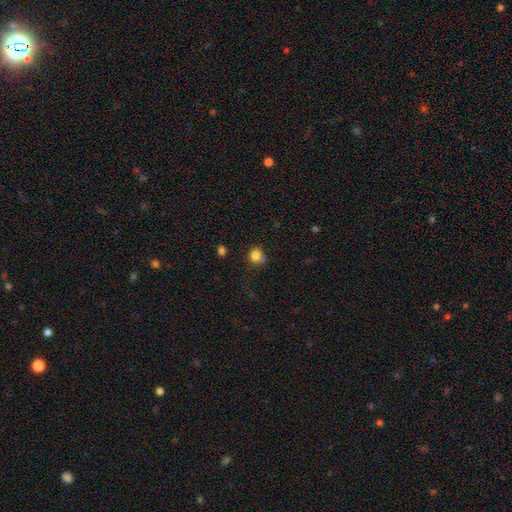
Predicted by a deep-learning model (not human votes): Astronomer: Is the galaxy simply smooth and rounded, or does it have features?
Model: smooth — 81%.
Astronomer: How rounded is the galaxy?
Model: round — 81%.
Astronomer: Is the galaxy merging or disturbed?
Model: none — 59%.